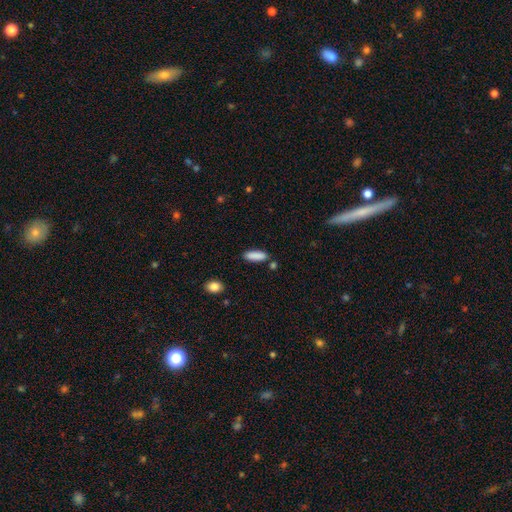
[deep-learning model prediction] This is clearly a smooth galaxy (88%). How rounded: possibly in between (54%). Merging: clearly none (82%).